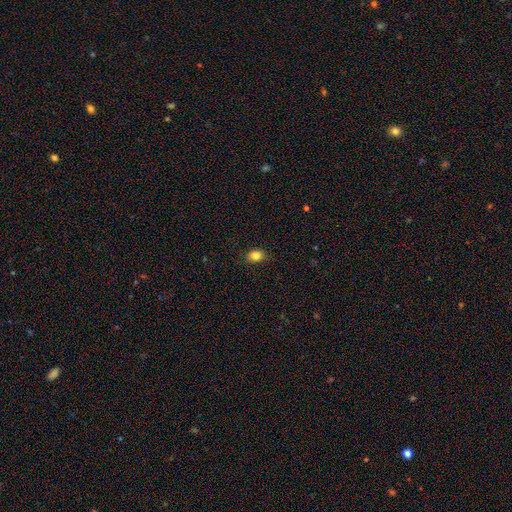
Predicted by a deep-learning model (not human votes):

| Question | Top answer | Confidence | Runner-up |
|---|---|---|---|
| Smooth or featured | smooth | 84% | star or artifact (10%) |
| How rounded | in between | 65% | round (34%) |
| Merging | none | 85% | minor disturbance (12%) |